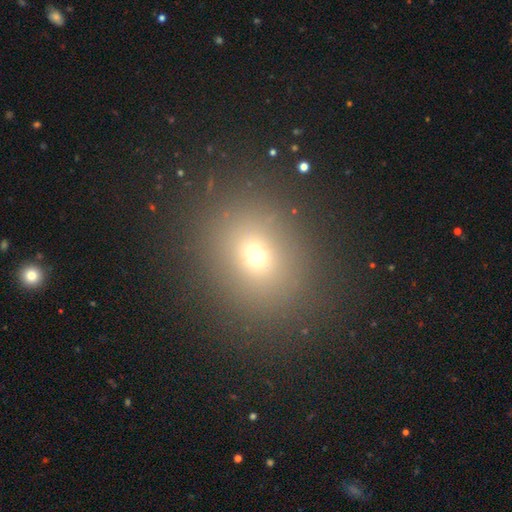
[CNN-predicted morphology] smooth-or-featured: smooth: 66% | star or artifact: 24% | featured or disk: 11%
  how-rounded: round: 64% | in between: 35% | cigar-shaped: 1%
  merging: none: 87% | minor disturbance: 8% | major disturbance: 4% | merger: 2%